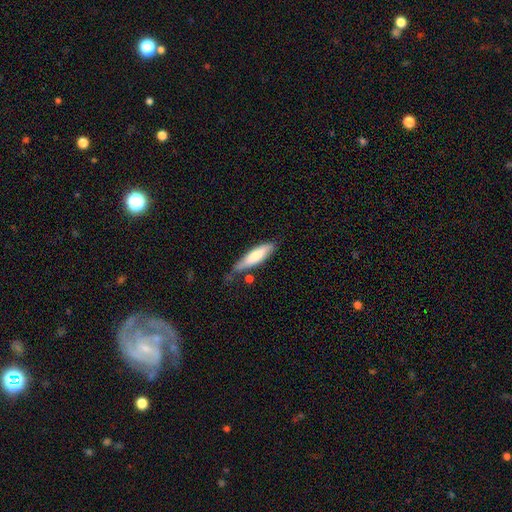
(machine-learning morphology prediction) Smooth or featured: smooth — 72% (featured or disk — 22%)
How rounded: cigar-shaped — 66% (in between — 32%)
Merging: none — 54% (minor disturbance — 31%)